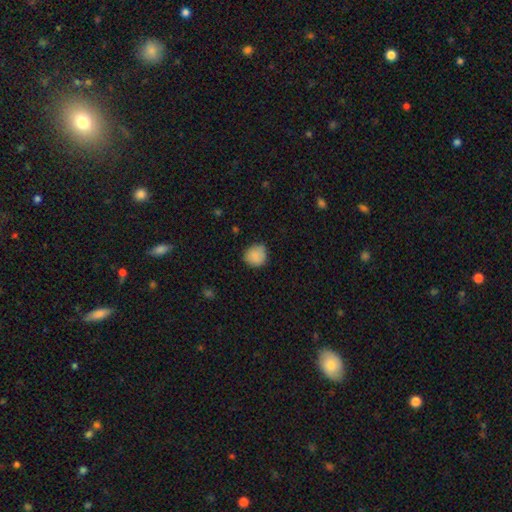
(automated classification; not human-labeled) This appears to be a smooth galaxy with no disk features (87%) that is round (84%). Merging: none (78%).